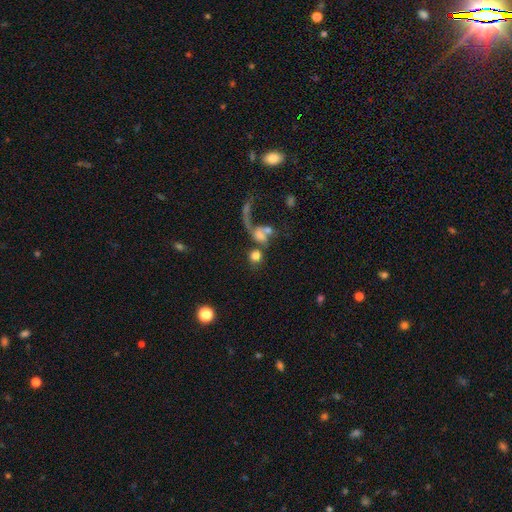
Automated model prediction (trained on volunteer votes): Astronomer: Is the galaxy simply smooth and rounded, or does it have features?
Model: smooth — 66%.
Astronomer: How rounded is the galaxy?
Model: round — 80%.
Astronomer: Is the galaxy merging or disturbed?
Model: merger — 42% (runner-up: none, 32%).